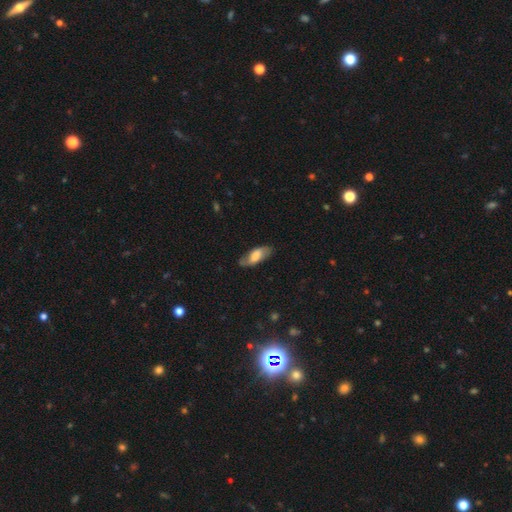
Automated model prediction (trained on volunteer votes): Smooth or featured: smooth — 54% (featured or disk — 40%)
How rounded: in between — 76% (cigar-shaped — 22%)
Merging: none — 76% (minor disturbance — 18%)